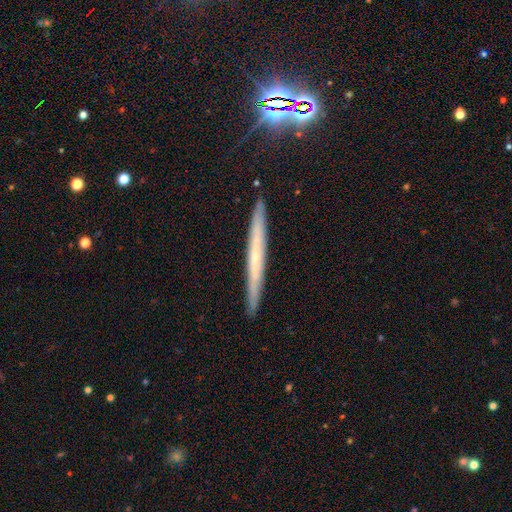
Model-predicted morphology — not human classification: A featured or disk galaxy (52%) viewed edge-on (95%). Merging: none (91%).